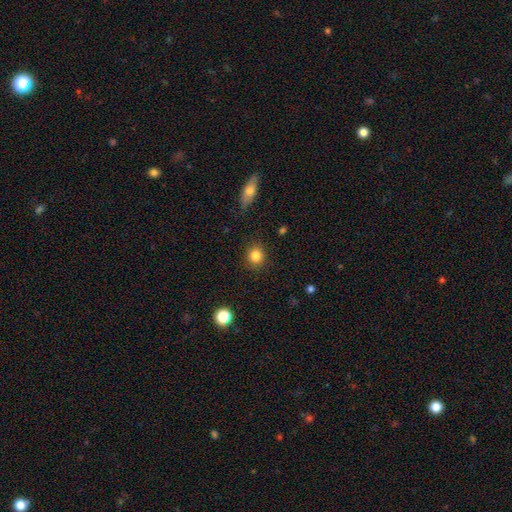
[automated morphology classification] A smooth galaxy with no disk features (85%) that is round (85%). Merging: none (88%).